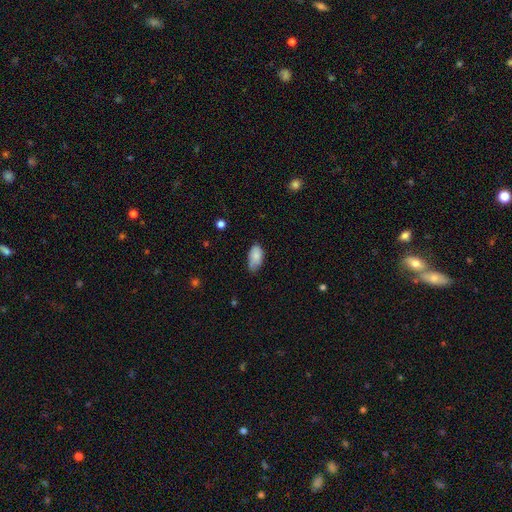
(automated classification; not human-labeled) Overall: smooth (84%). How rounded: in between (94%). Merging: none (58%; minor disturbance 35%).